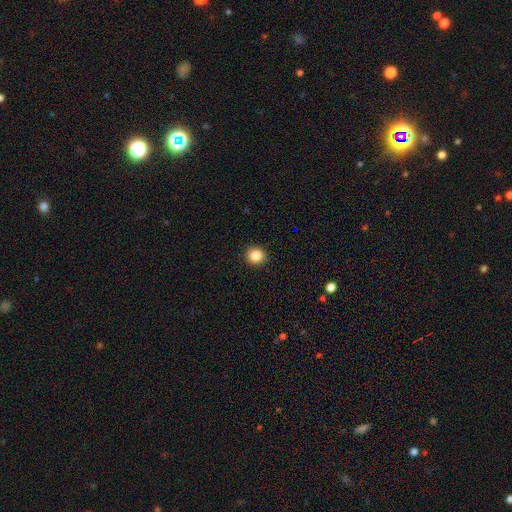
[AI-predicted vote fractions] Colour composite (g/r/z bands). It shows a smooth galaxy with no disk features (85%) that is round (87%). Merging: none (92%).